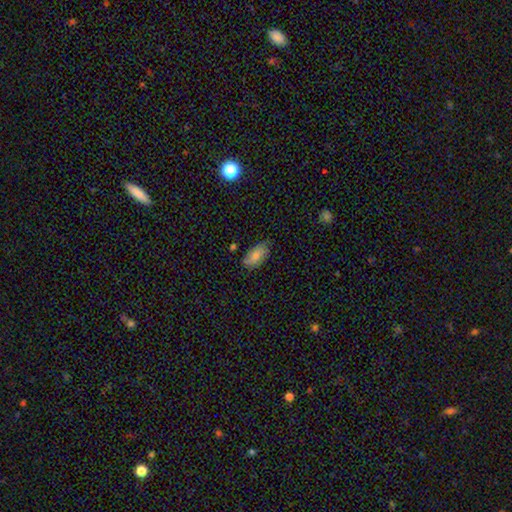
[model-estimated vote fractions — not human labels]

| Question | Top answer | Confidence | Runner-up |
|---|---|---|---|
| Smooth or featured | smooth | 73% | featured or disk (19%) |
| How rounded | in between | 92% | cigar-shaped (5%) |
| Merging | none | 75% | minor disturbance (20%) |